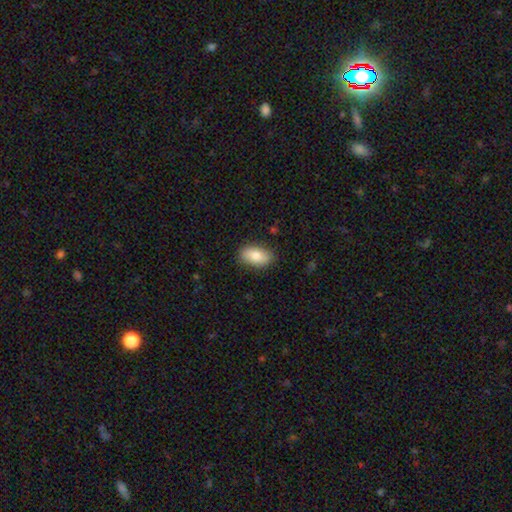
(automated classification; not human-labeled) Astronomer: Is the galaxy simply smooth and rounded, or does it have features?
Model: smooth — 79%.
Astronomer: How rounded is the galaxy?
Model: in between — 92%.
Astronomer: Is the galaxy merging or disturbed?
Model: none — 86%.